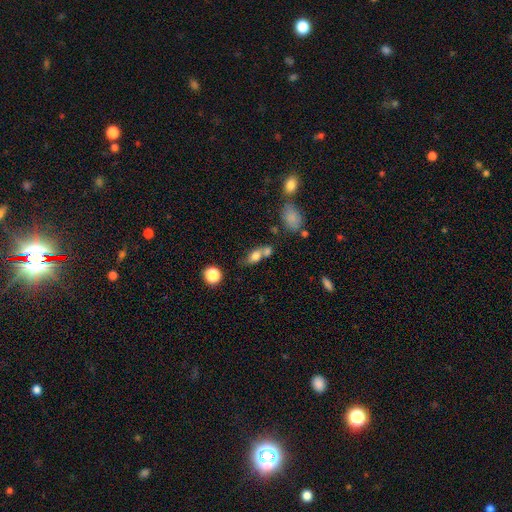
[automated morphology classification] Smooth or featured? smooth (74%)
How rounded? in between (73%)
Merging? merger (43%)